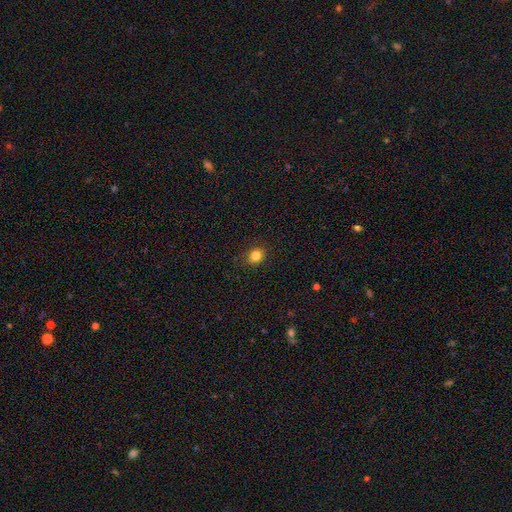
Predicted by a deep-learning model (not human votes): smooth 83%, star or artifact 11%, featured or disk 6%. Down the decision tree: how rounded — round (61%); merging — none (86%).